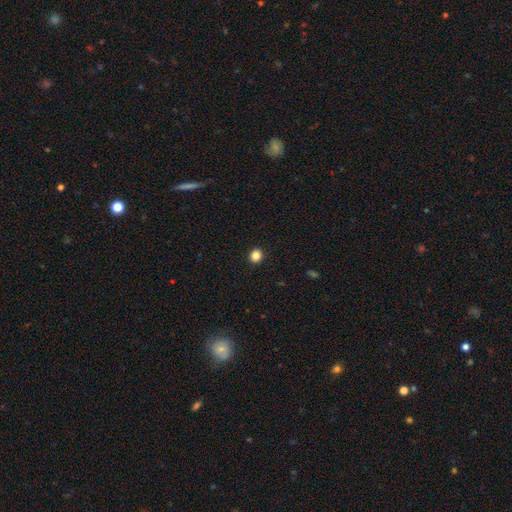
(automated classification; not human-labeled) Smooth or featured: smooth — 85% (star or artifact — 11%)
How rounded: round — 82% (in between — 17%)
Merging: none — 93% (minor disturbance — 5%)